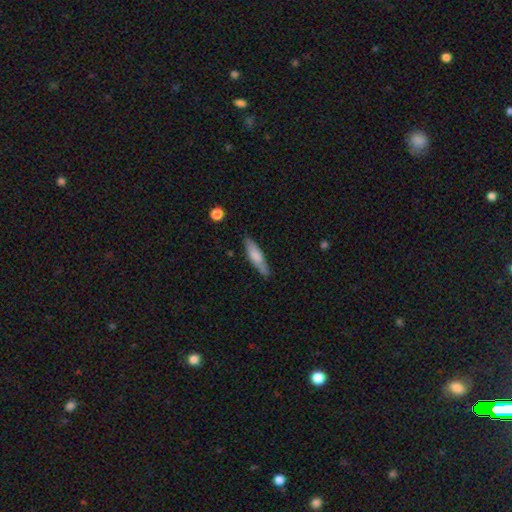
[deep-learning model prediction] This is likely a smooth galaxy (69%). How rounded: likely cigar-shaped (71%). Merging: clearly none (81%).